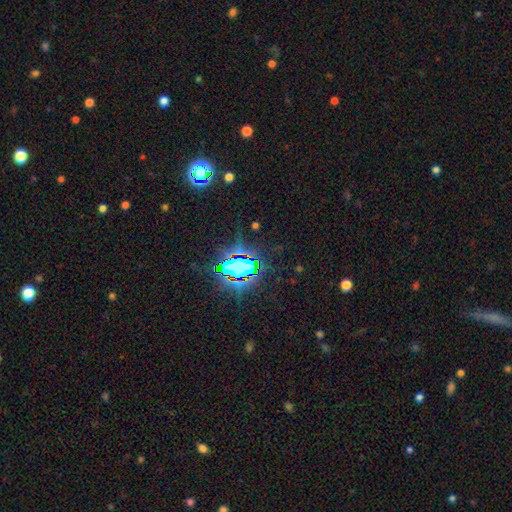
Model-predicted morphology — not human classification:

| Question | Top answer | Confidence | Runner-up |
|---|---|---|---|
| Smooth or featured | star or artifact | 81% | smooth (12%) |